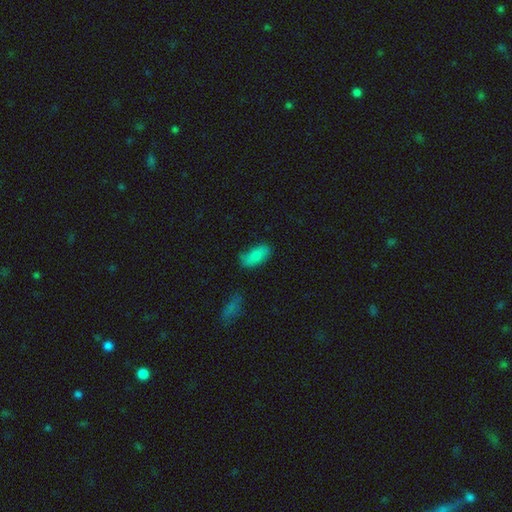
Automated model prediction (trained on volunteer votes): smooth_or_featured: smooth (p=0.82) [alt: featured or disk p=0.11]
how_rounded: in between (p=0.91) [alt: cigar-shaped p=0.06]
merging: none (p=0.63) [alt: minor disturbance p=0.27]